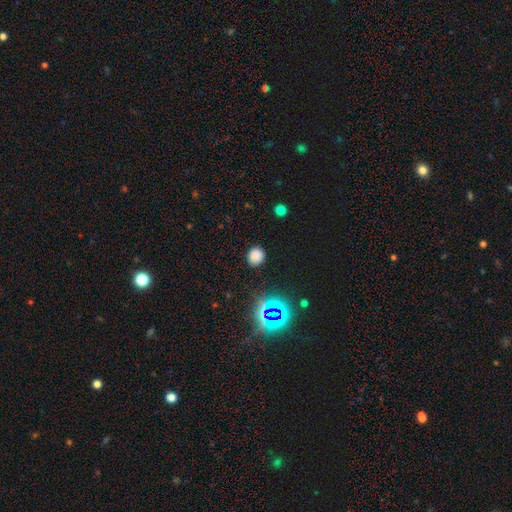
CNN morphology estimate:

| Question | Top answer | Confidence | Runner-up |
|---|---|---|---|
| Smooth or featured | smooth | 75% | star or artifact (20%) |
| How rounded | round | 85% | in between (14%) |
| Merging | none | 88% | minor disturbance (8%) |